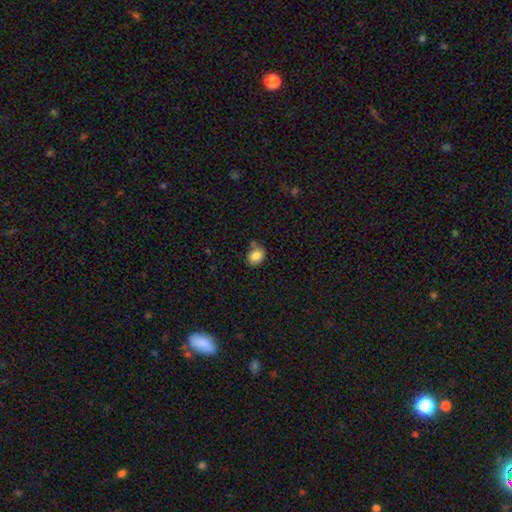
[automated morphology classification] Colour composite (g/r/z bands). It shows a smooth galaxy with no disk features (85%) that is in between round and cigar-shaped (56%). Merging: none (61%).